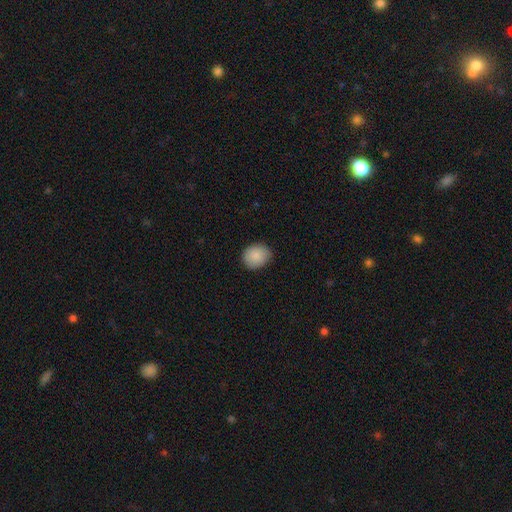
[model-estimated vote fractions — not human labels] This is clearly a smooth galaxy (89%). How rounded: likely round (61%). Merging: clearly none (86%).